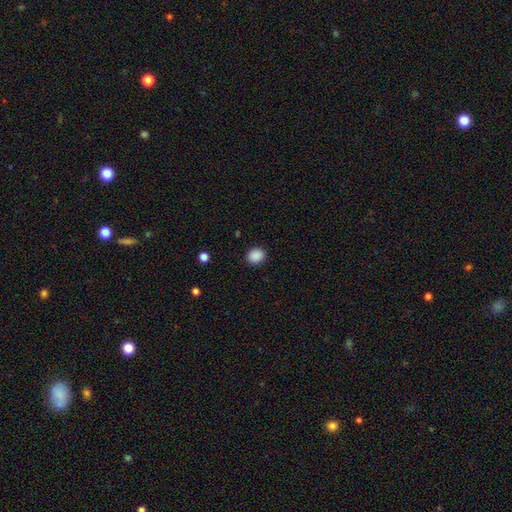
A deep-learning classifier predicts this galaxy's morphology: Overall: smooth (88%). How rounded: round (64%; in between 36%). Merging: none (89%).